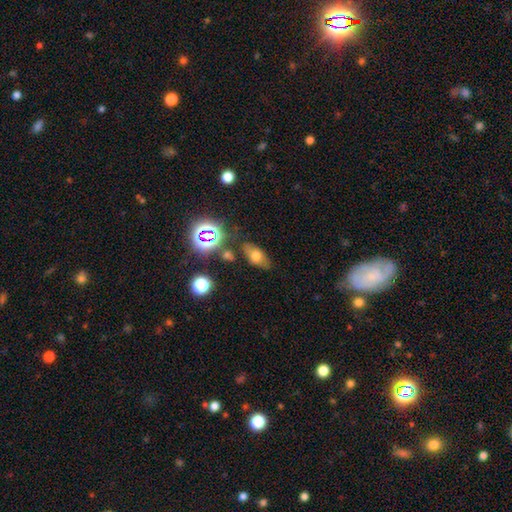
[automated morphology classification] Overall: smooth (62%). How rounded: in between (83%). Merging: none (73%).